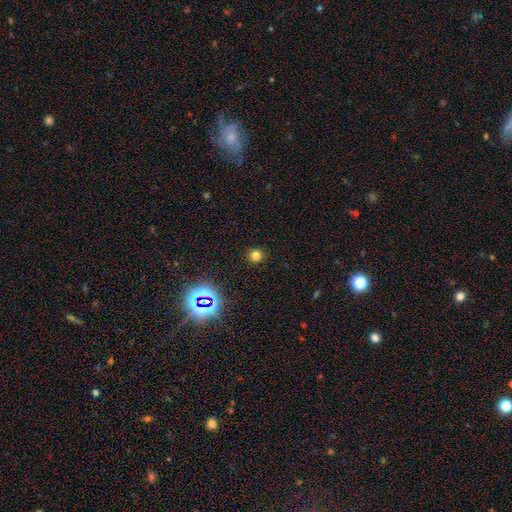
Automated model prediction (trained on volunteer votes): Smooth or featured: smooth — 74% (star or artifact — 21%)
How rounded: round — 93% (in between — 6%)
Merging: none — 92% (minor disturbance — 5%)